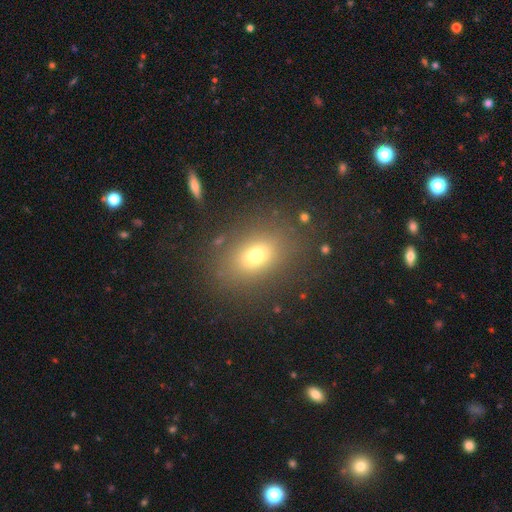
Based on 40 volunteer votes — smooth 72%, featured or disk 20%, star or artifact 8%. Down the decision tree: how rounded — in between (66%); merging — none (86%).